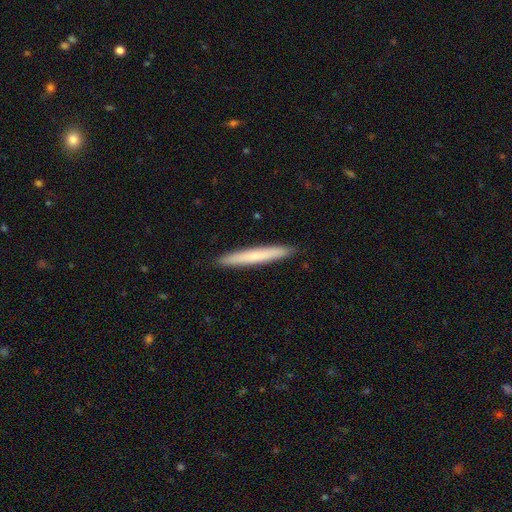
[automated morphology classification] smooth_or_featured: smooth (p=0.67) [alt: featured or disk p=0.28]
how_rounded: cigar-shaped (p=0.96) [alt: in between p=0.02]
merging: none (p=0.92) [alt: minor disturbance p=0.06]